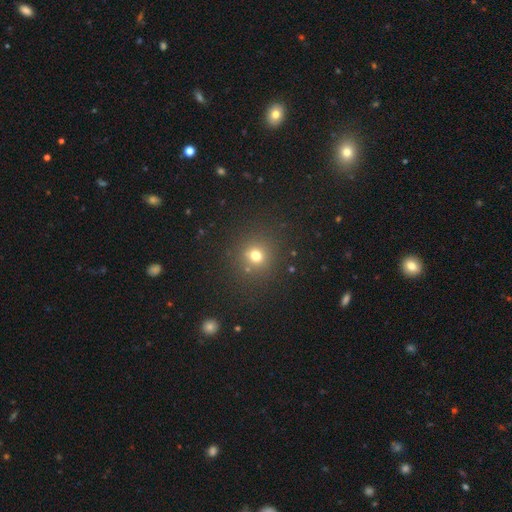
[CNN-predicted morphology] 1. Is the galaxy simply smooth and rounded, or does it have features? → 70% smooth, 22% star or artifact, 8% featured or disk.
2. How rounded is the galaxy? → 89% round, 10% in between, 1% cigar-shaped.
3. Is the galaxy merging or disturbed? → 85% none, 8% minor disturbance, 4% major disturbance, 4% merger.